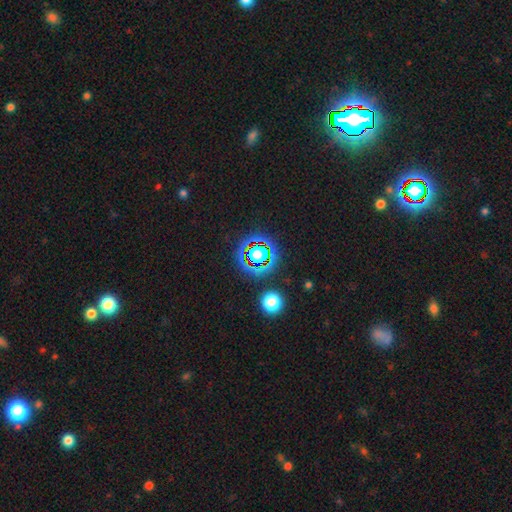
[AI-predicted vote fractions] Smooth or featured: star or artifact — 80% (smooth — 12%)